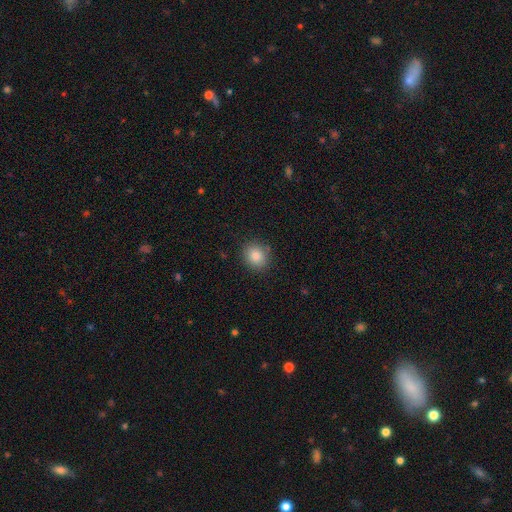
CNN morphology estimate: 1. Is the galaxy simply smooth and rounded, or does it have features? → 85% smooth, 9% star or artifact, 6% featured or disk.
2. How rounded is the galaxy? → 75% round, 24% in between, 1% cigar-shaped.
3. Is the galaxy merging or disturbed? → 86% none, 10% minor disturbance, 3% major disturbance, 1% merger.